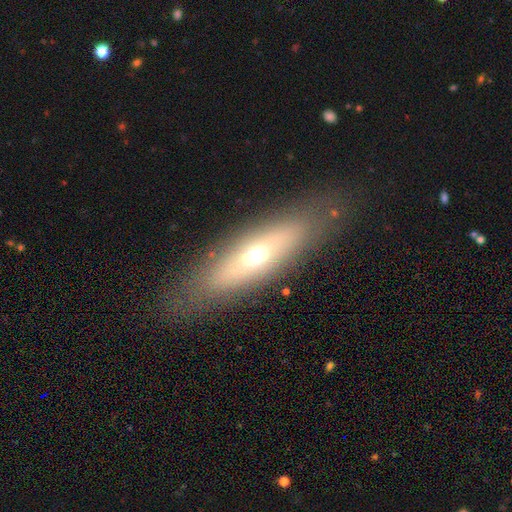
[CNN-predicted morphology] A smooth galaxy with no disk features (53%) that is in between round and cigar-shaped (50%). Merging: none (80%).